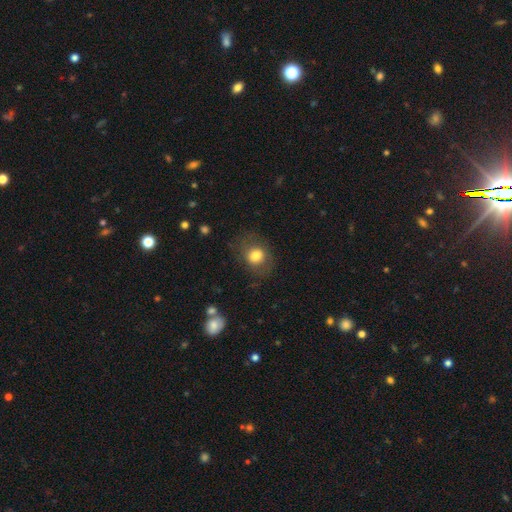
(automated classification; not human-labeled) smooth-or-featured: smooth: 76% | featured or disk: 15% | star or artifact: 9%
  how-rounded: round: 65% | in between: 34% | cigar-shaped: 1%
  merging: none: 72% | minor disturbance: 16% | major disturbance: 10% | merger: 1%